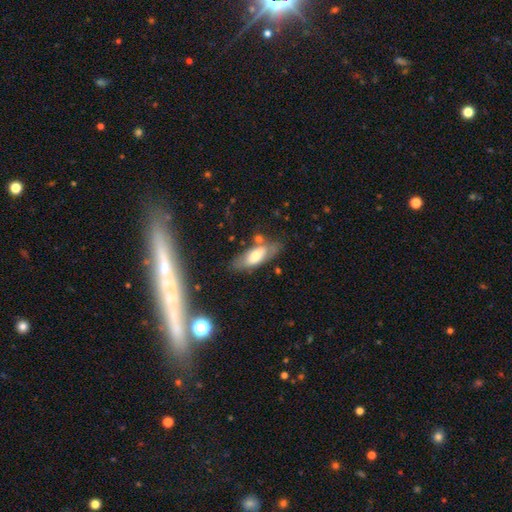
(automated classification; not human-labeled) A smooth galaxy with no disk features (61%) that is in between round and cigar-shaped (71%). Merging: none (67%).